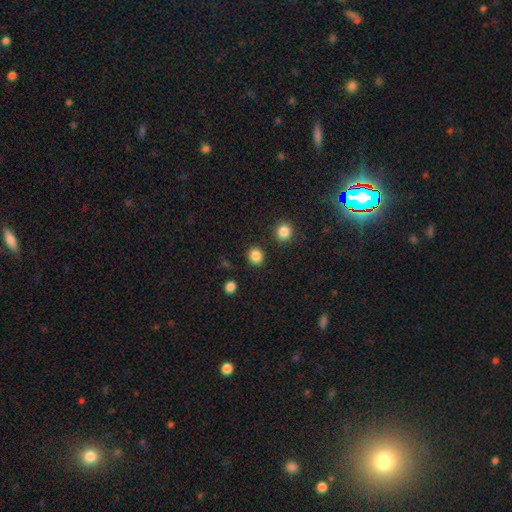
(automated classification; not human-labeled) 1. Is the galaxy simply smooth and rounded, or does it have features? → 86% smooth, 11% star or artifact, 3% featured or disk.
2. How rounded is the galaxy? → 76% round, 23% in between, 1% cigar-shaped.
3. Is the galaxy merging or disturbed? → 88% none, 7% minor disturbance, 3% merger, 3% major disturbance.